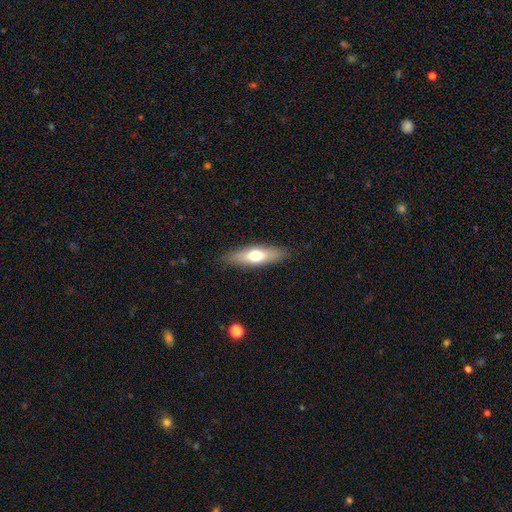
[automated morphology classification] Smooth or featured: smooth — 58% (featured or disk — 35%)
How rounded: cigar-shaped — 55% (in between — 42%)
Merging: none — 88% (minor disturbance — 9%)